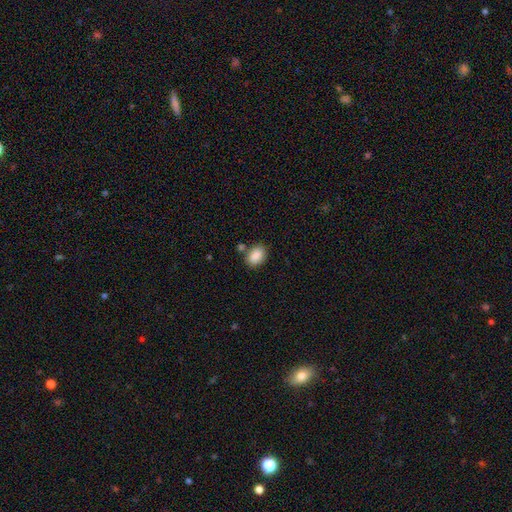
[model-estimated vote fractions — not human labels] This is clearly a smooth galaxy (88%). How rounded: likely in between (78%). Merging: likely none (75%).